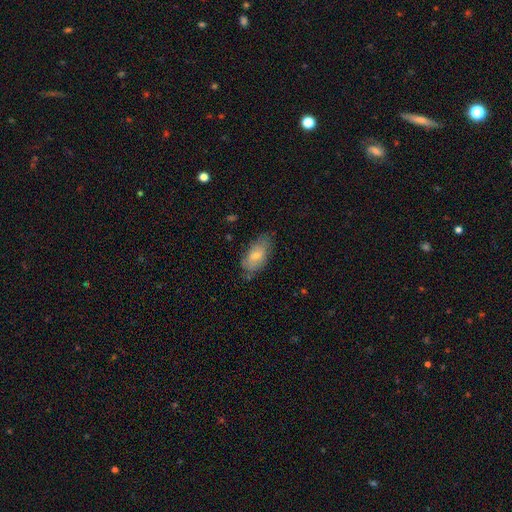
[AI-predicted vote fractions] Smooth or featured? smooth (54%)
How rounded? in between (88%)
Merging? none (70%)